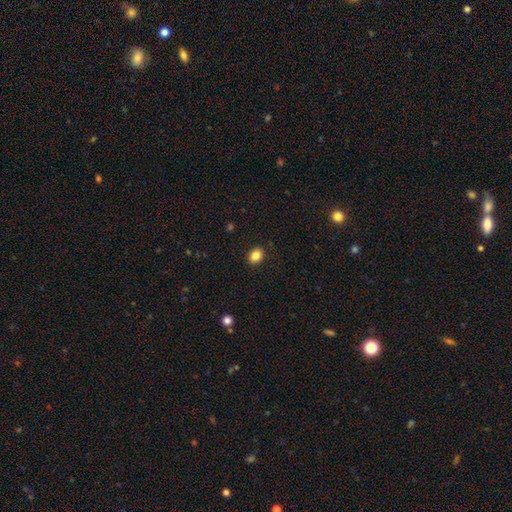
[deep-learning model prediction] A smooth galaxy with no disk features (85%) that is in between round and cigar-shaped (57%). Merging: none (90%).